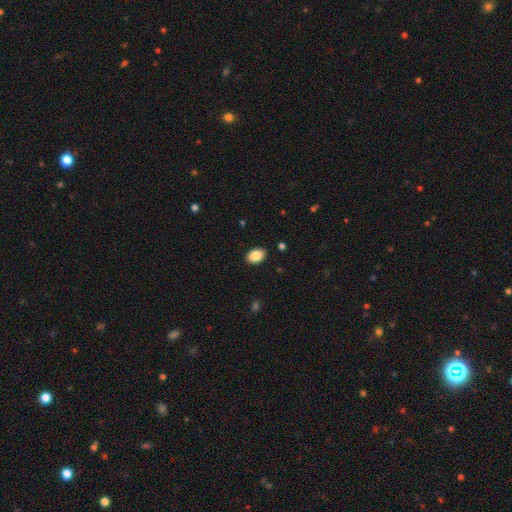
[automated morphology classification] Smooth or featured? Predicted: smooth (p=0.87). How rounded? Predicted: in between (p=0.87). Merging? Predicted: none (p=0.89).